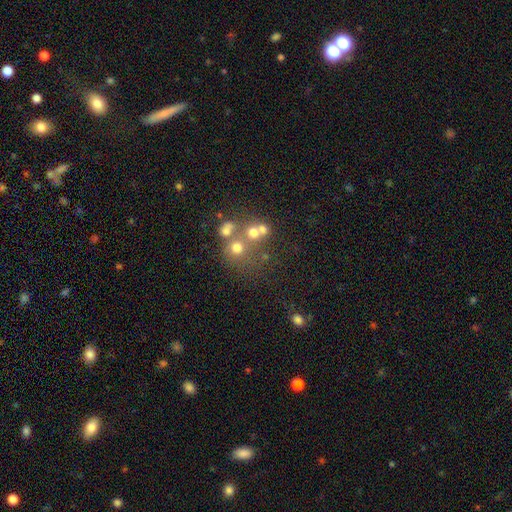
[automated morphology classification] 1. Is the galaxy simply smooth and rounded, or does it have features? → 45% smooth, 38% star or artifact, 17% featured or disk.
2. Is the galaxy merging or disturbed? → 44% none, 42% merger, 8% minor disturbance, 6% major disturbance.